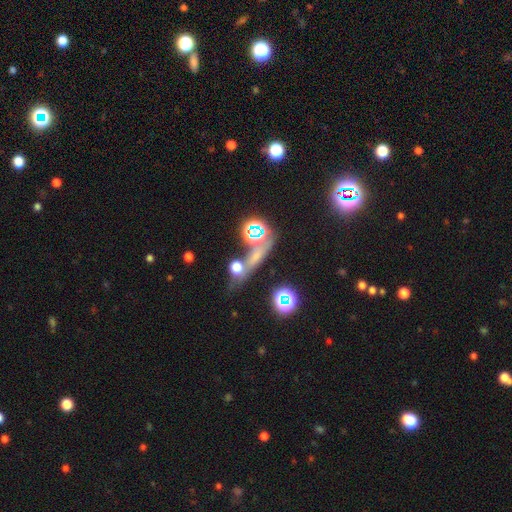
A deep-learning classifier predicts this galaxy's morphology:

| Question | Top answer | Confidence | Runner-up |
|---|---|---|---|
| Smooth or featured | star or artifact | 46% | smooth (36%) |